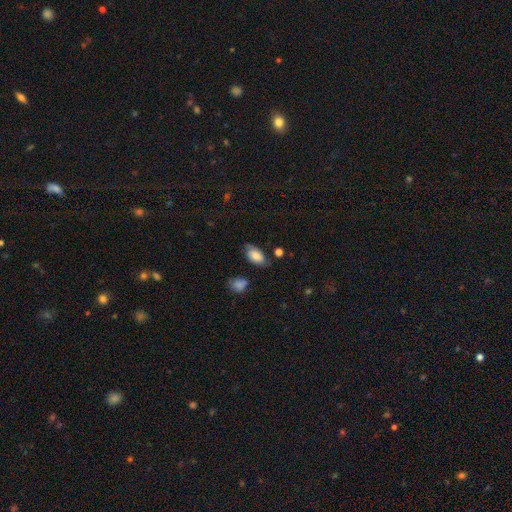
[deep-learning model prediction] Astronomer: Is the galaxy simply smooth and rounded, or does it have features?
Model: smooth — 76%.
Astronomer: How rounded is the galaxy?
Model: in between — 93%.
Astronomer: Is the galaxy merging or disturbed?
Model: none — 69%.